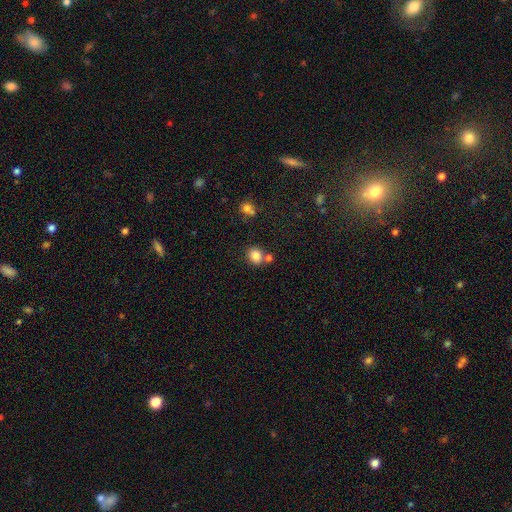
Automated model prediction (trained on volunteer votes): The model was most divided on "how rounded": round: 71%, in between: 28%, cigar-shaped: 1%. More confident: smooth or featured — smooth (84%); merging — none (65%).